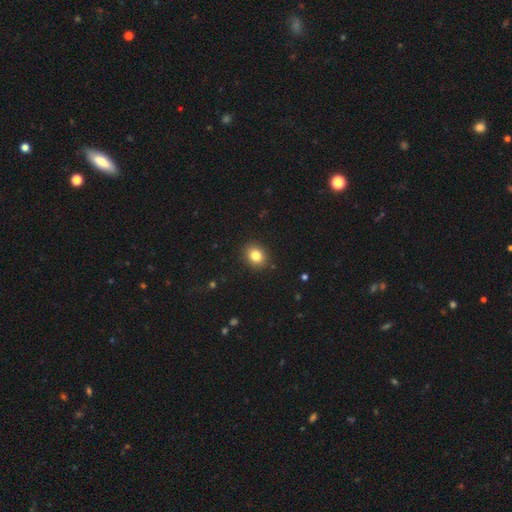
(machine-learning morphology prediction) Smooth or featured? Predicted: smooth (p=0.83). How rounded? Predicted: round (p=0.56). Merging? Predicted: none (p=0.89).